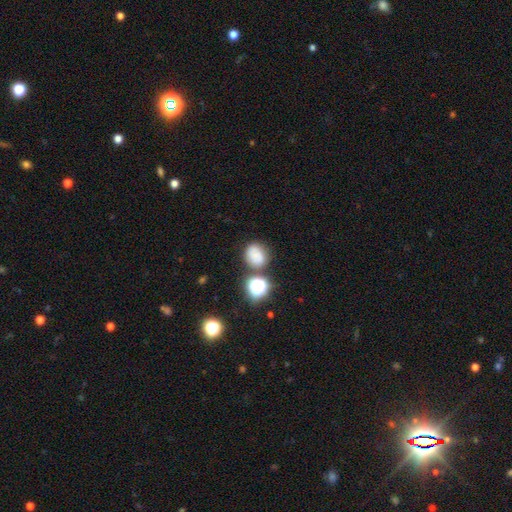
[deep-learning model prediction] Morphology: type=smooth (72%); roundness=round (66%); merging=none (67%).